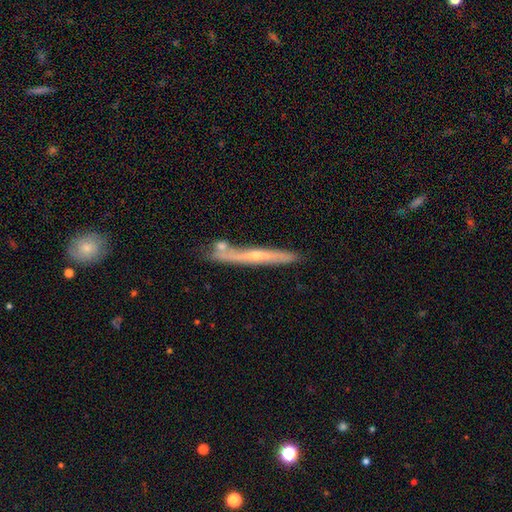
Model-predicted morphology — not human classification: This is likely a featured or disk galaxy (67%). It is clearly viewed edge-on (92%). Edge-on bulge: likely rounded (66%). Merging: likely none (69%).